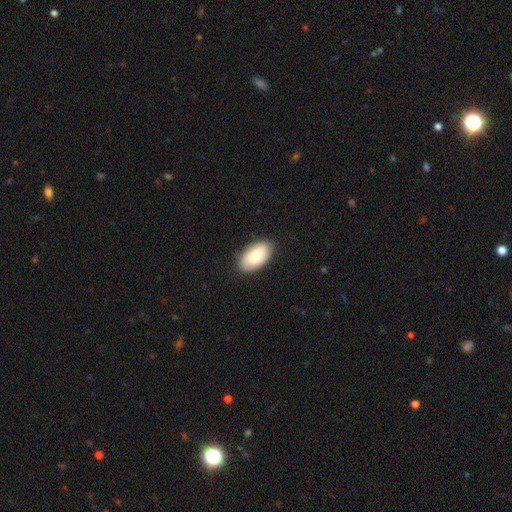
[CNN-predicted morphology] Overall: smooth (76%). How rounded: in between (94%). Merging: none (87%).